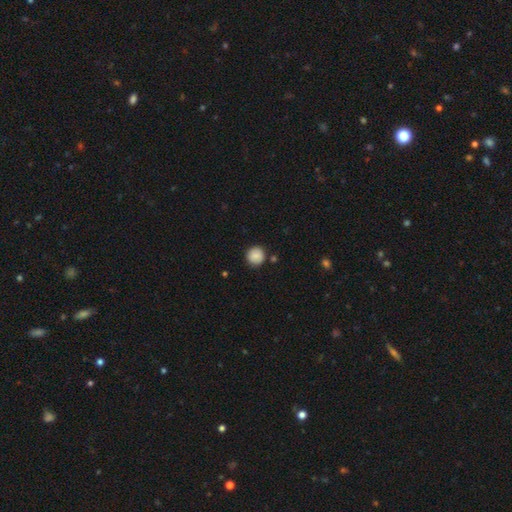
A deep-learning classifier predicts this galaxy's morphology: Overall: smooth (87%). How rounded: round (94%). Merging: none (86%).